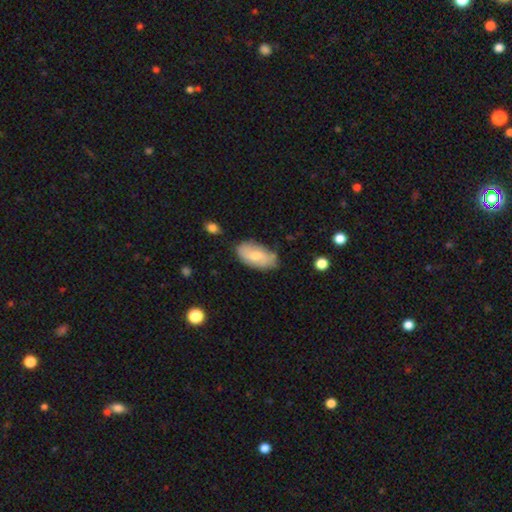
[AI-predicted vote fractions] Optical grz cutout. It shows a smooth galaxy with no disk features (63%) that is in between round and cigar-shaped (94%). Merging: none (69%).